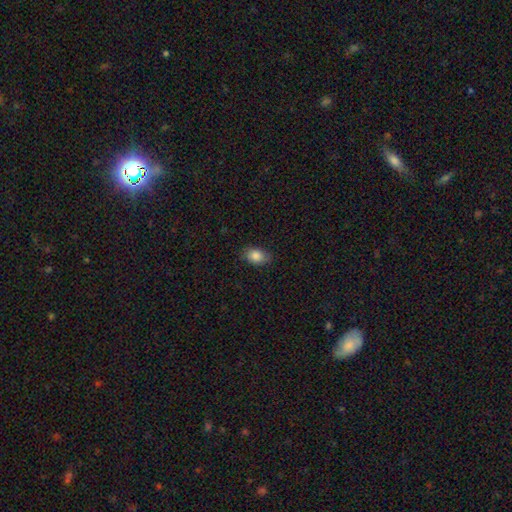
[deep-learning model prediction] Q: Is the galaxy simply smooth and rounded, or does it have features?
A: smooth — 85%.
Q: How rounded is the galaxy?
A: in between — 82%.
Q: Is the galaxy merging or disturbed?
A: none — 80%.